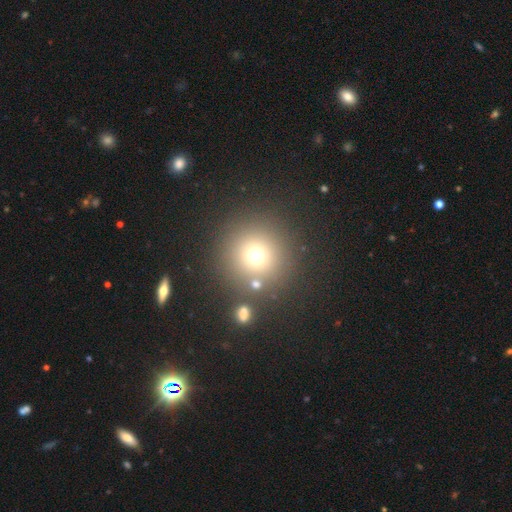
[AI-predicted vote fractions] smooth 69%, star or artifact 20%, featured or disk 12%. Down the decision tree: how rounded — round (95%); merging — none (81%).